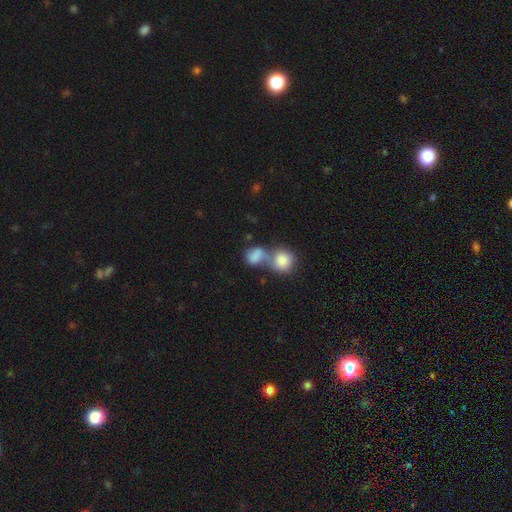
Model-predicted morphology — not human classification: smooth-or-featured: smooth: 81% | featured or disk: 10% | star or artifact: 9%
  how-rounded: in between: 56% | round: 42% | cigar-shaped: 2%
  merging: merger: 69% | none: 18% | minor disturbance: 7% | major disturbance: 6%